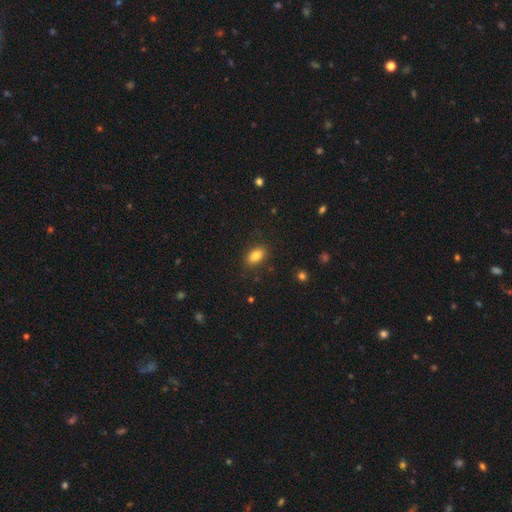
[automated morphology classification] A smooth galaxy with no disk features (83%) that is in between round and cigar-shaped (88%).

Vote fractions:
- Smooth or featured? smooth: 83% / star or artifact: 9% / featured or disk: 7%
- How rounded? in between: 88% / round: 9% / cigar-shaped: 3%
- Merging? none: 86% / minor disturbance: 10% / major disturbance: 3% / merger: 1%